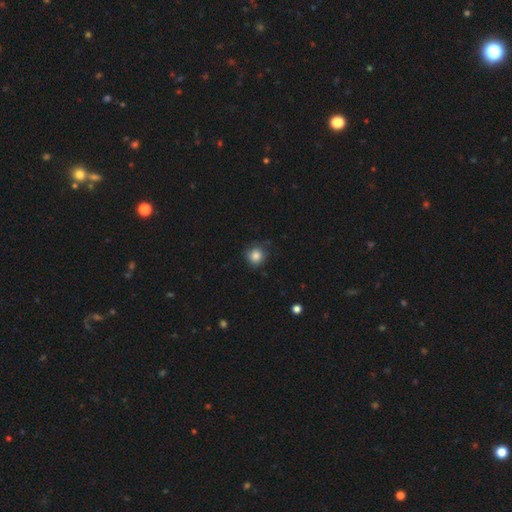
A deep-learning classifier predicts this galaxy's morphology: smooth_or_featured: smooth (p=0.84) [alt: star or artifact p=0.10]
how_rounded: round (p=0.91) [alt: in between p=0.08]
merging: none (p=0.78) [alt: minor disturbance p=0.17]